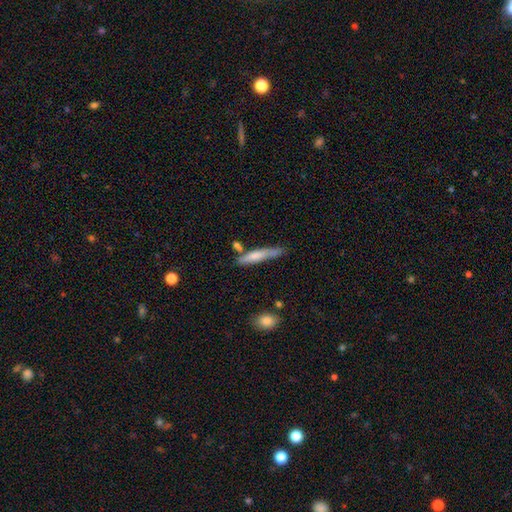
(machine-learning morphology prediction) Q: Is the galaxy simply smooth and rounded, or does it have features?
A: smooth — 65%.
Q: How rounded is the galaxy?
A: cigar-shaped — 88%.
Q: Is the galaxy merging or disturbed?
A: none — 62%.